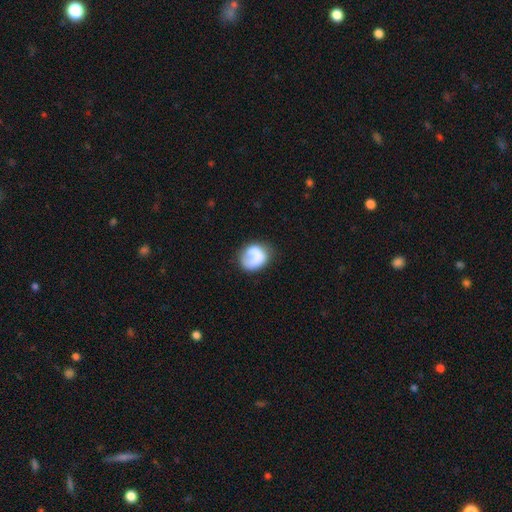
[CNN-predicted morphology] Smooth or featured: smooth — 66% (featured or disk — 27%)
How rounded: round — 63% (in between — 36%)
Merging: none — 52% (minor disturbance — 22%)